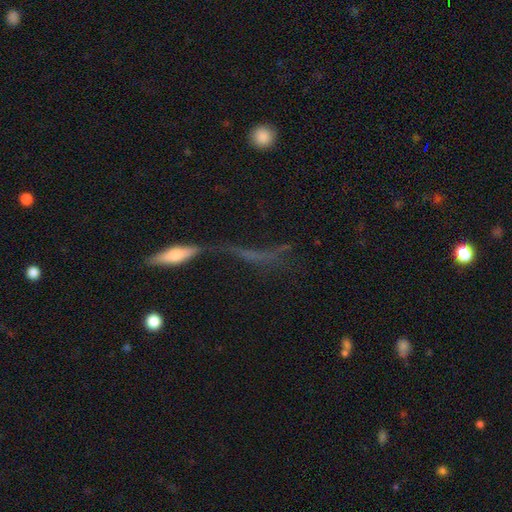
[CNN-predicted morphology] smooth-or-featured: featured or disk: 38% (tied) | smooth: 38% (tied) | star or artifact: 25%
  merging: none: 33% | major disturbance: 30% | merger: 22% | minor disturbance: 15%